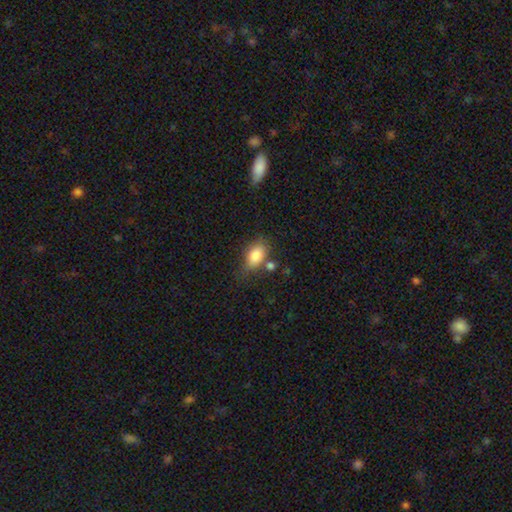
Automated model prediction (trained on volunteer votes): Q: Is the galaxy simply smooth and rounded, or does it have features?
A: smooth — 83%.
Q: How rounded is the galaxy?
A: in between — 85%.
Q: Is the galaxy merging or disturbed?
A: none — 62%.